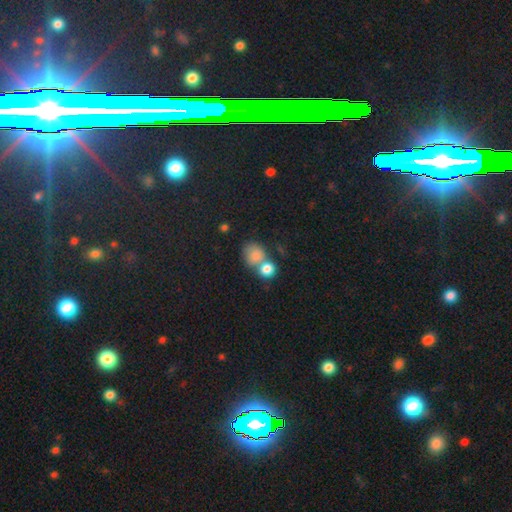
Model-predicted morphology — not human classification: smooth 80%, star or artifact 11%, featured or disk 9%. Down the decision tree: how rounded — round (69%); merging — merger (48%).